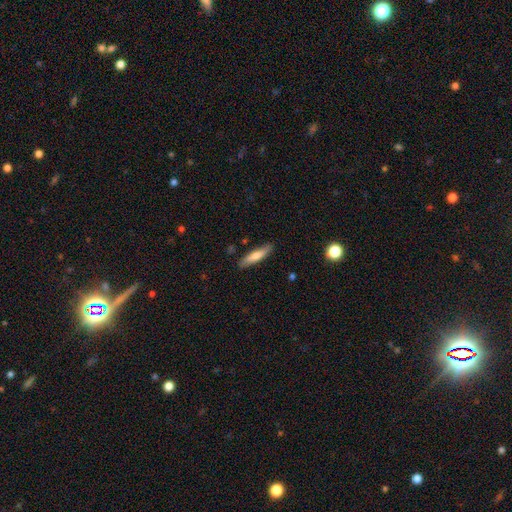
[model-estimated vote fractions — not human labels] Smooth or featured: smooth — 68% (featured or disk — 27%)
How rounded: cigar-shaped — 81% (in between — 17%)
Merging: none — 86% (minor disturbance — 10%)